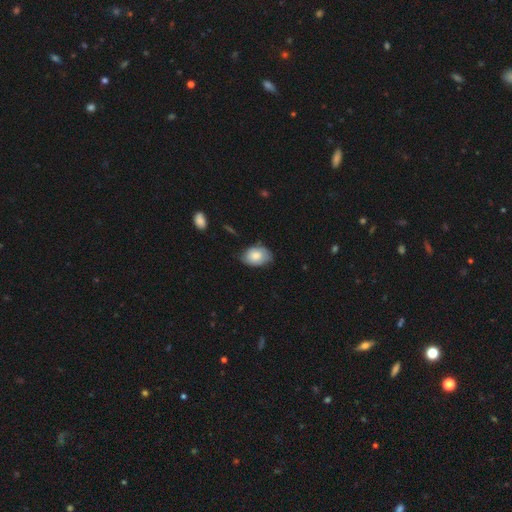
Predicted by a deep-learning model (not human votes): Smooth or featured? smooth (78%)
How rounded? in between (84%)
Merging? none (69%)